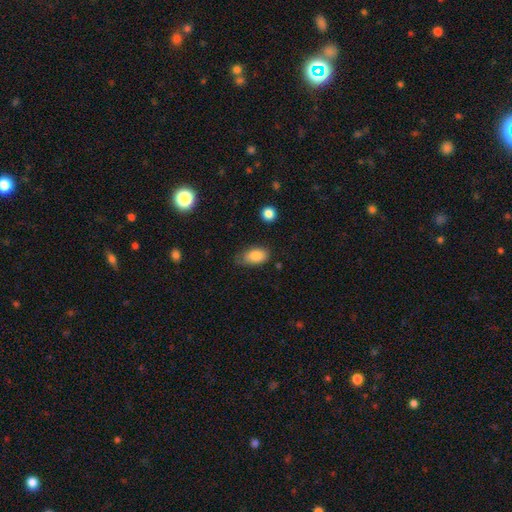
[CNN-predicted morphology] type=smooth (83%); roundness=in between (90%); merging=none (56%).